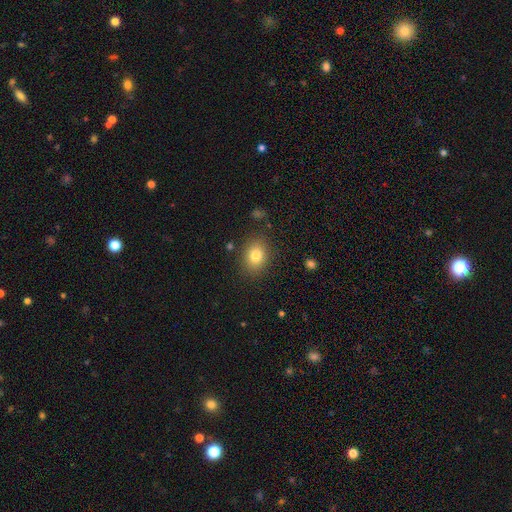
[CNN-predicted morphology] type=smooth (80%); roundness=in between (54%); merging=none (85%).